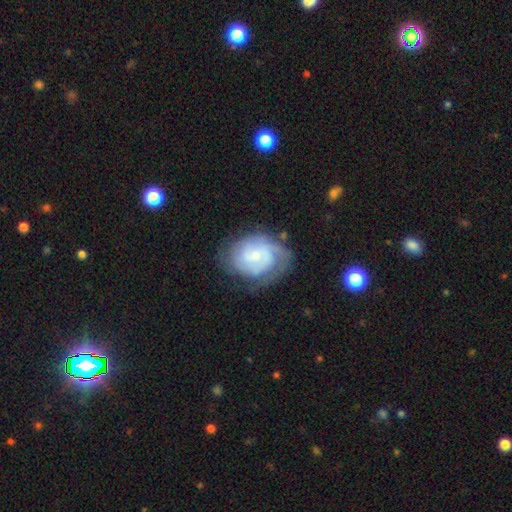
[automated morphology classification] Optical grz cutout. It shows a featured or disk galaxy (72%) with no bar (59%), tight (57%) spiral arms (91%) and a small central bulge (71%). Merging: none (60%).